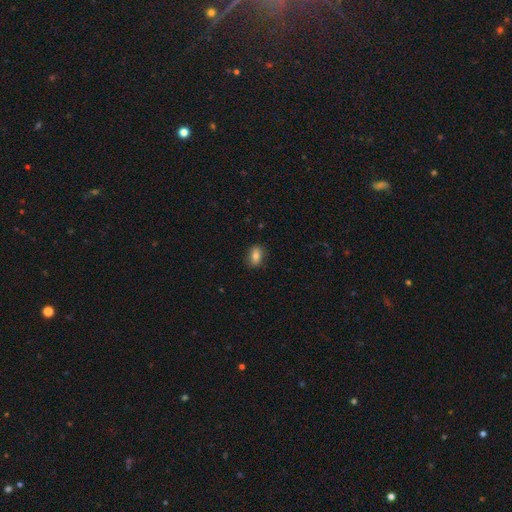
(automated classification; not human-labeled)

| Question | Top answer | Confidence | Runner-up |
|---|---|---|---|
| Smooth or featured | smooth | 79% | featured or disk (11%) |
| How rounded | in between | 82% | round (14%) |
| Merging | none | 83% | minor disturbance (13%) |